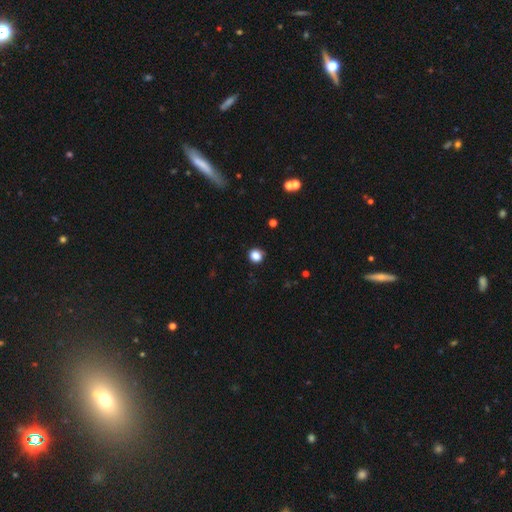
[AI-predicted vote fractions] Smooth or featured: smooth — 85% (star or artifact — 12%)
How rounded: round — 90% (in between — 9%)
Merging: none — 89% (minor disturbance — 8%)